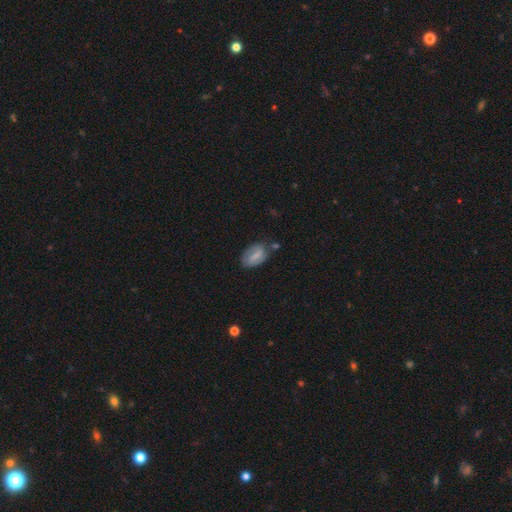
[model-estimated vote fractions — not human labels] smooth 53%, featured or disk 39%, star or artifact 8%. Down the decision tree: how rounded — in between (87%); merging — none (60%).